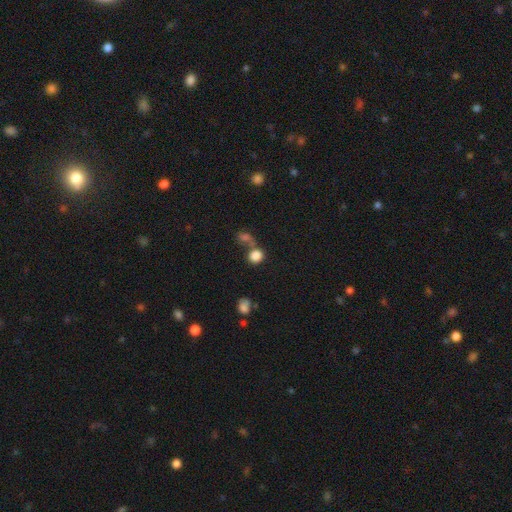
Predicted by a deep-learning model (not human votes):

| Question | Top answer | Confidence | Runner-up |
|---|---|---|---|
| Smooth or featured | smooth | 83% | star or artifact (11%) |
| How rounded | round | 79% | in between (20%) |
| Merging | none | 47% | merger (37%) |